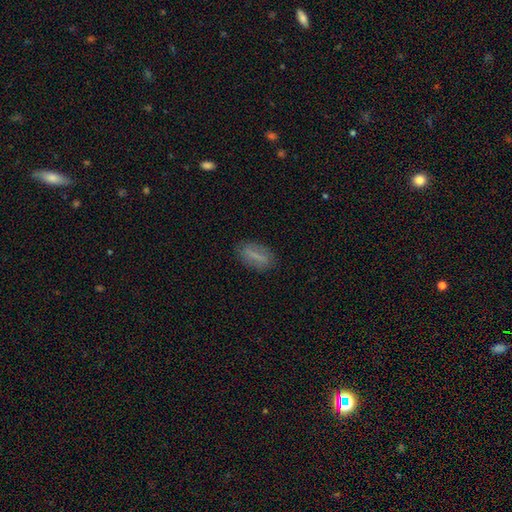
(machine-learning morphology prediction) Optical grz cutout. It shows a smooth galaxy with no disk features (63%) that is in between round and cigar-shaped (72%). Merging: none (83%).